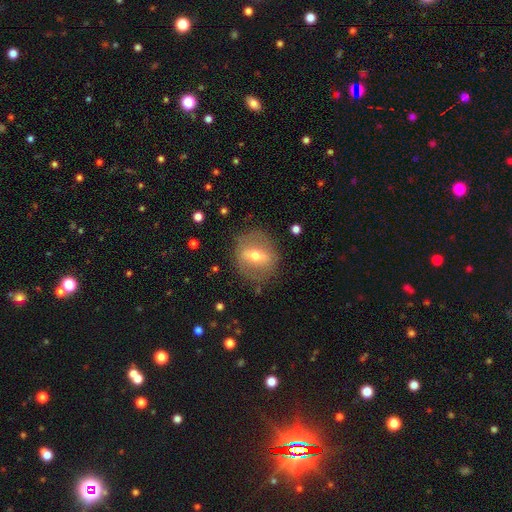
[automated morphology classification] Overall: featured or disk (56%; smooth 36%). Edge-on disk: no (78%). Merging: none (80%).